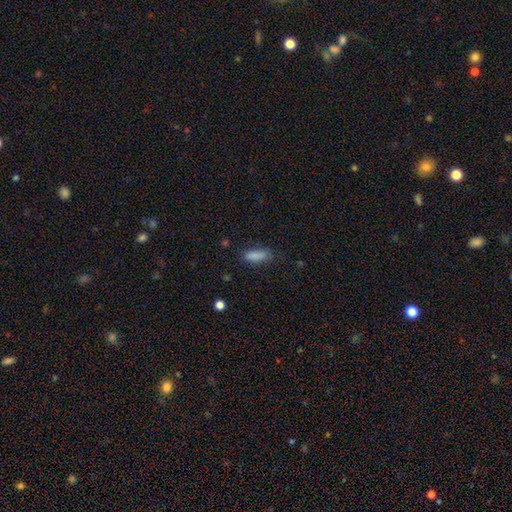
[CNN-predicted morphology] Smooth or featured: smooth — 86% (star or artifact — 9%)
How rounded: in between — 65% (cigar-shaped — 33%)
Merging: none — 76% (minor disturbance — 18%)